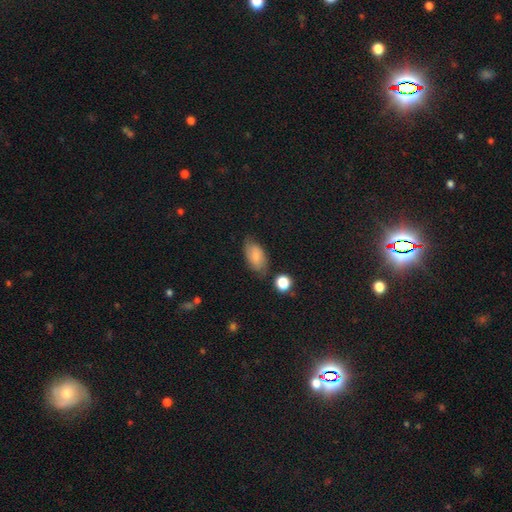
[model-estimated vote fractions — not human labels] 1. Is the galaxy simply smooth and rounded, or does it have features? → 67% smooth, 25% featured or disk, 9% star or artifact.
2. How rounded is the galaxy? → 91% in between, 6% round, 3% cigar-shaped.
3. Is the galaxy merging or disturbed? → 68% none, 23% minor disturbance, 6% major disturbance, 3% merger.